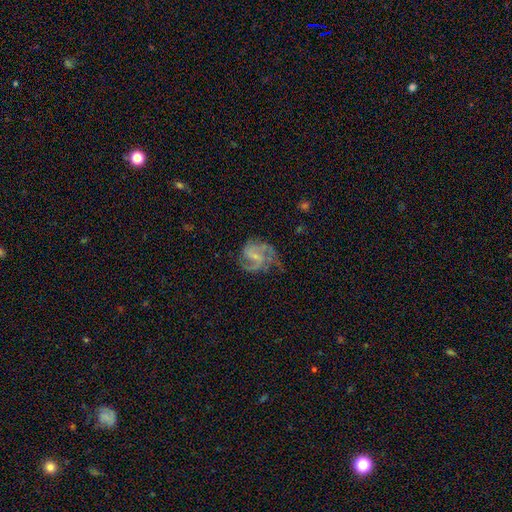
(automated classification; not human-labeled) Smooth or featured? Predicted: featured or disk (p=0.86). Edge-on disk? Predicted: no (p=0.98). Bar? Predicted: weak (p=0.52). Spiral arms? Predicted: yes (p=0.96). Spiral winding? Predicted: medium (p=0.56). Spiral arm count? Predicted: 2 (p=0.66). Bulge size? Predicted: small (p=0.66). Merging? Predicted: none (p=0.61).